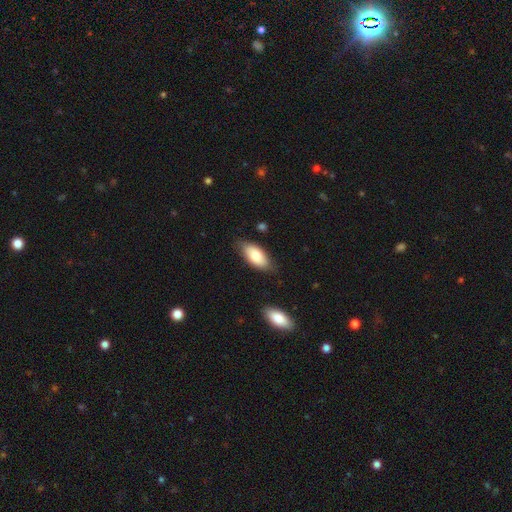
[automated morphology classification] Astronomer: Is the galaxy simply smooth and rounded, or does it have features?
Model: smooth — 78%.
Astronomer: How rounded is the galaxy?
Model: in between — 92%.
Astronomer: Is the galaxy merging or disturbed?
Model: none — 77%.